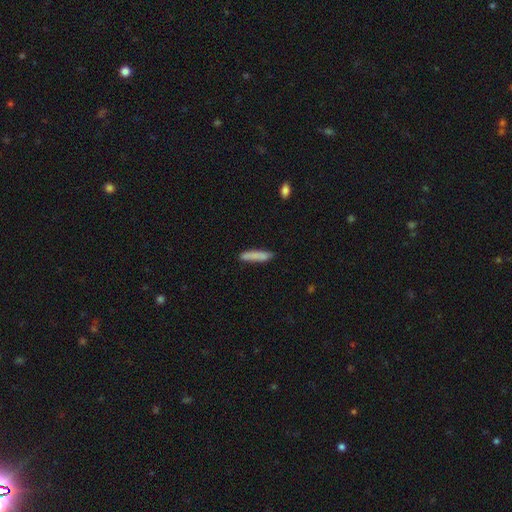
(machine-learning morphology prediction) smooth_or_featured: smooth (p=0.82) [alt: featured or disk p=0.11]
how_rounded: cigar-shaped (p=0.84) [alt: in between p=0.15]
merging: none (p=0.78) [alt: minor disturbance p=0.17]